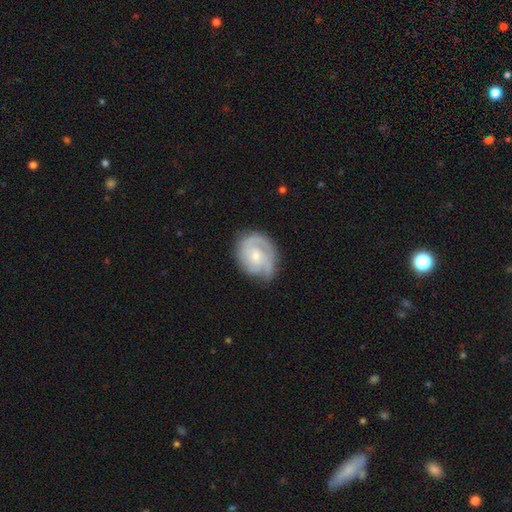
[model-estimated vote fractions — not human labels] featured or disk 76%, smooth 19%, star or artifact 5%. Down the decision tree: edge-on disk — no (98%); bar — no (68%); spiral arms — yes (92%); spiral arm count — 2 (38%); spiral winding — tight (57%); bulge size — small (60%); merging — none (64%).